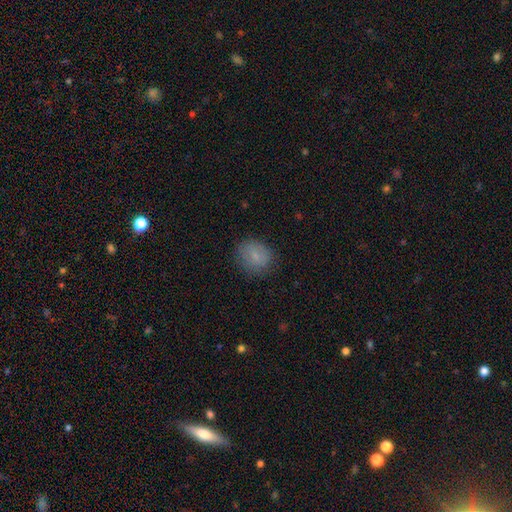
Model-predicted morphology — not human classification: type=smooth (79%); roundness=round (63%); merging=none (80%).